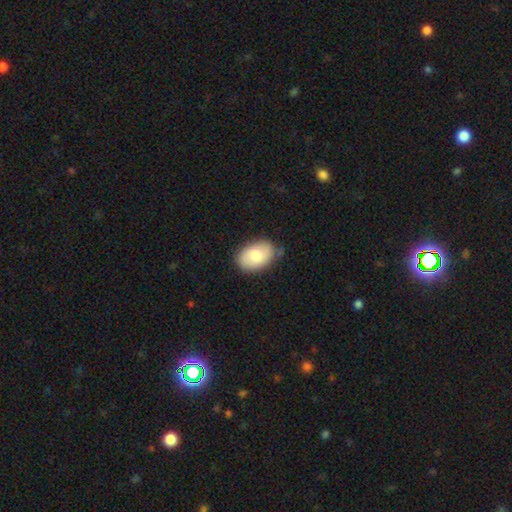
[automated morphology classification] The model was most divided on "merging": none: 74%, minor disturbance: 20%, major disturbance: 4%, merger: 2%. More confident: how rounded — in between (88%); smooth or featured — smooth (77%).